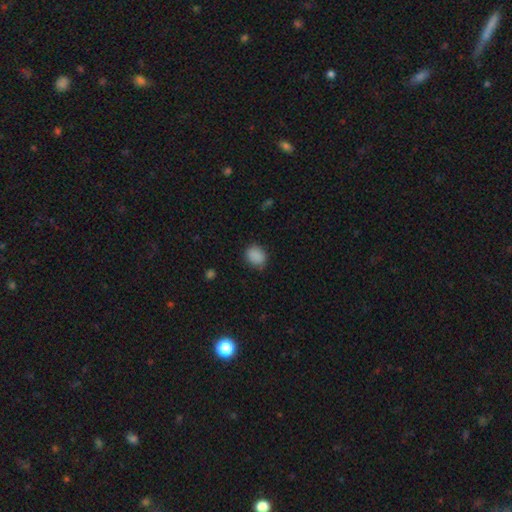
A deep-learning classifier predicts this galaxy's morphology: A smooth galaxy with no disk features (87%) that is round (51%). Merging: none (80%).